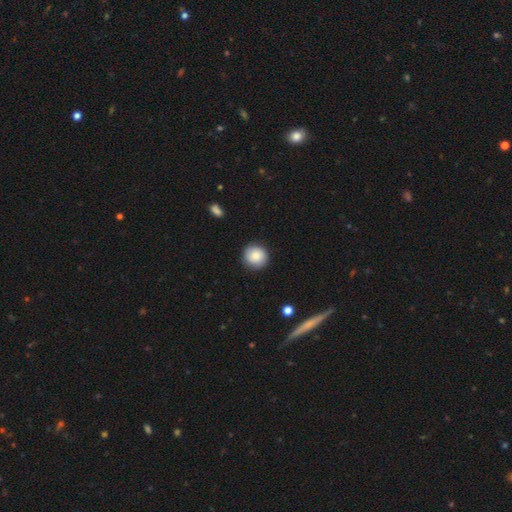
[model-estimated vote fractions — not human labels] This appears to be a smooth galaxy with no disk features (83%) that is round (92%). Merging: none (88%).